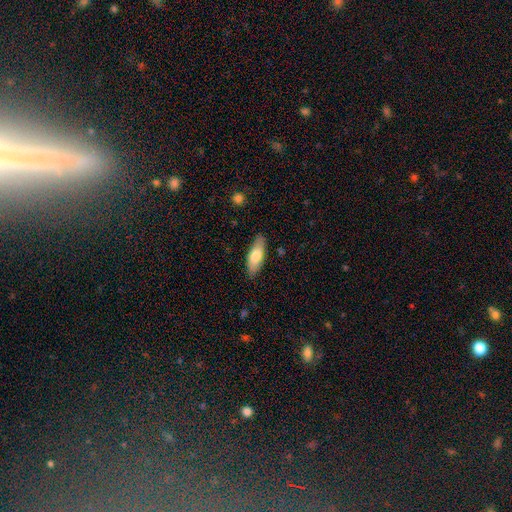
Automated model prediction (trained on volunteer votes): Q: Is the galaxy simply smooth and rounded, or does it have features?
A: smooth — 74%.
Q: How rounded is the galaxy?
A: in between — 68%.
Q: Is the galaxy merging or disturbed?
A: none — 85%.